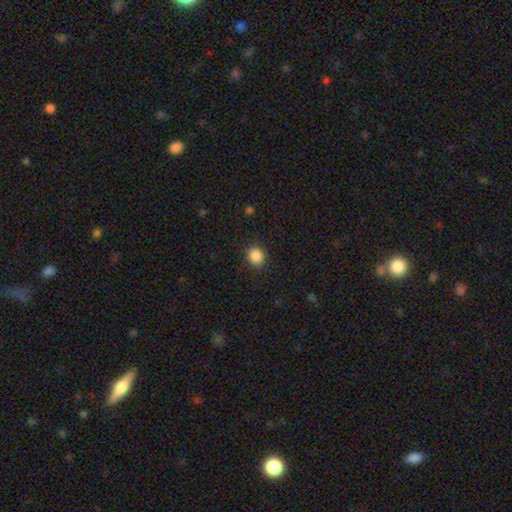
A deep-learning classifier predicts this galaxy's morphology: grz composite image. It shows a smooth galaxy with no disk features (87%) that is round (85%). Merging: none (89%).